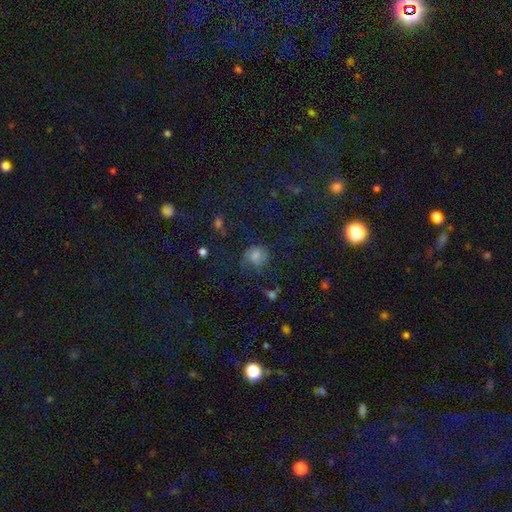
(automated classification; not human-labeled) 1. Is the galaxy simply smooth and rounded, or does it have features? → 53% smooth, 25% star or artifact, 23% featured or disk.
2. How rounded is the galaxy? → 76% round, 22% in between, 1% cigar-shaped.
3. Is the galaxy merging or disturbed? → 58% none, 21% minor disturbance, 18% major disturbance, 3% merger.